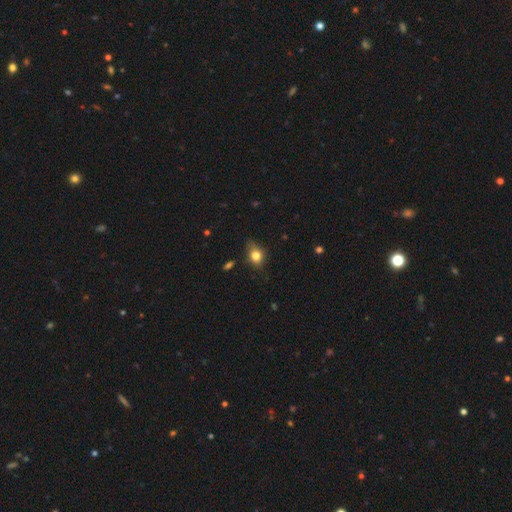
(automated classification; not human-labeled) Smooth or featured: smooth — 79% (star or artifact — 11%)
How rounded: in between — 51% (round — 47%)
Merging: none — 62% (minor disturbance — 30%)